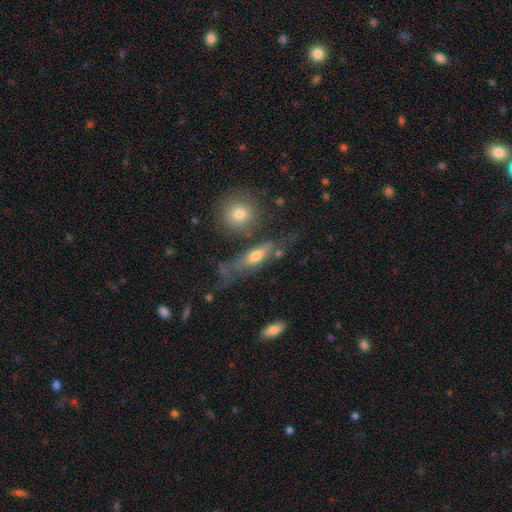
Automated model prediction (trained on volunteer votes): This appears to be a smooth galaxy with no disk features (48%). Merging: none (47%).